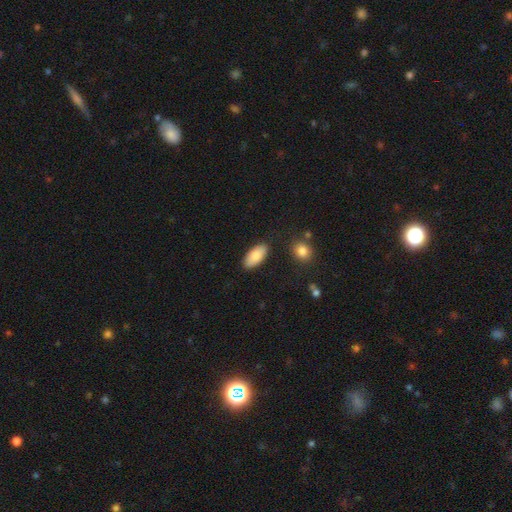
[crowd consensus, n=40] Smooth or featured? smooth (90%)
How rounded? in between (86%)
Merging? none (79%)